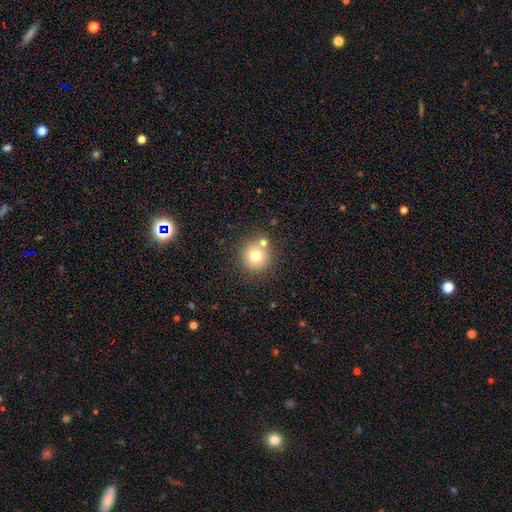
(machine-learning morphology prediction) Smooth or featured?
  - smooth: 74% *
  - featured or disk: 13%
  - star or artifact: 13%
How rounded?
  - round: 92% *
  - in between: 7%
  - cigar-shaped: 1%
Merging?
  - none: 73% *
  - merger: 15%
  - minor disturbance: 9%
  - major disturbance: 3%